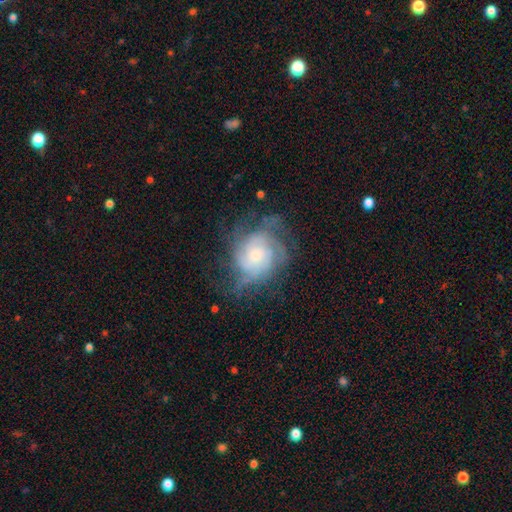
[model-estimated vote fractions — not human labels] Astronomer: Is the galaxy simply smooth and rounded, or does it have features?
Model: featured or disk — 74%.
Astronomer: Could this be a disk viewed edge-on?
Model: no — 97%.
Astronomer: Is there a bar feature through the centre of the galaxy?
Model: no — 74%.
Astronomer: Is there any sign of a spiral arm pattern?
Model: yes — 91%.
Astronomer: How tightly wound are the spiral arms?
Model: tight — 54% (runner-up: medium, 34%).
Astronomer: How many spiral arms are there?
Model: can't tell — 40% (runner-up: 3, 19%).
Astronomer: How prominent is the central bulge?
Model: moderate — 42% (runner-up: small, 41%).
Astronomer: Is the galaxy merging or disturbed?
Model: none — 59%.